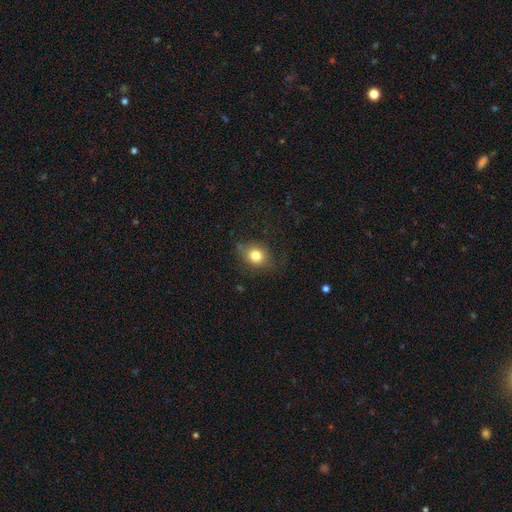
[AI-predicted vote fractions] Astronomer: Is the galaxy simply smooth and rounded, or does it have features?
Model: smooth — 79%.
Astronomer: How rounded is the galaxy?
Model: round — 63%.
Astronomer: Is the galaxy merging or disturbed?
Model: none — 74%.